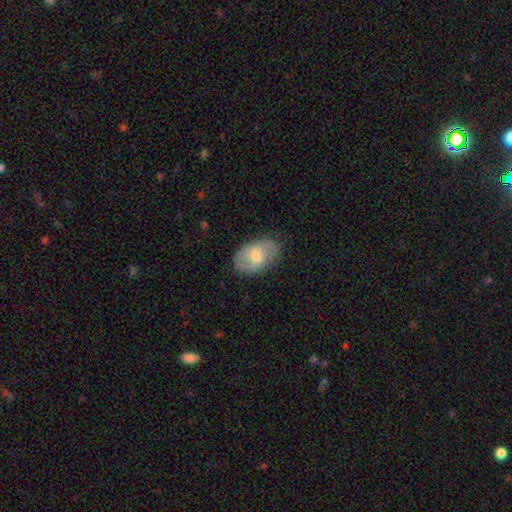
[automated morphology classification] A smooth galaxy with no disk features (57%) that is in between round and cigar-shaped (88%).

Vote fractions:
- Smooth or featured? smooth: 57% / featured or disk: 37% / star or artifact: 6%
- How rounded? in between: 88% / round: 11% / cigar-shaped: 1%
- Merging? none: 71% / minor disturbance: 22% / major disturbance: 5% / merger: 1%